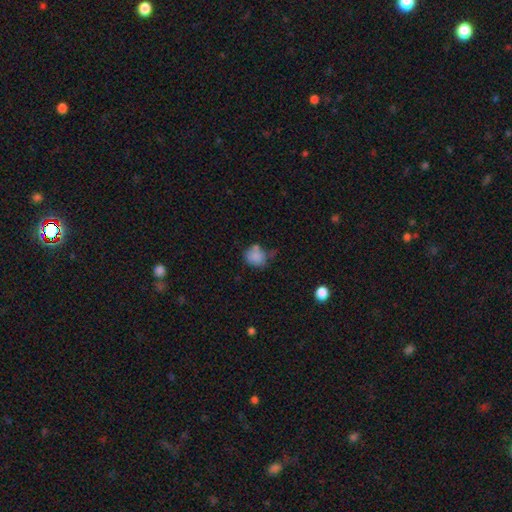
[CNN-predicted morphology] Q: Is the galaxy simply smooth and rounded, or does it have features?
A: smooth — 82%.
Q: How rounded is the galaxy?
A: round — 72%.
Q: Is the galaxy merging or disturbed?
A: none — 52%.